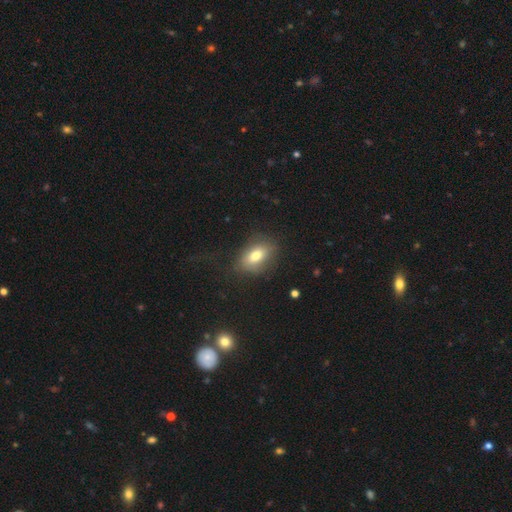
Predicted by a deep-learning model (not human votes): A smooth galaxy with no disk features (76%) that is in between round and cigar-shaped (85%). Merging: none (68%).